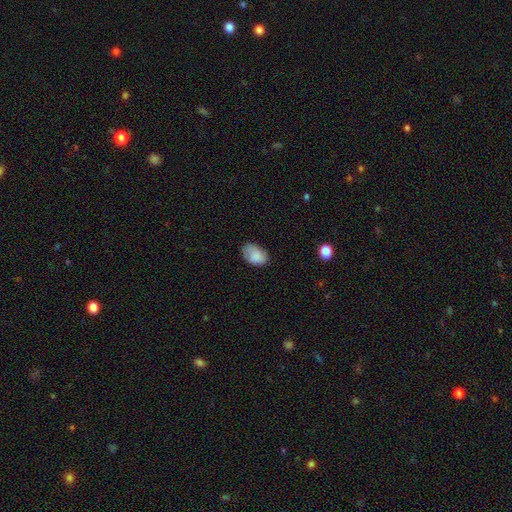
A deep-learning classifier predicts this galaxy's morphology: Smooth or featured: smooth — 82% (featured or disk — 10%)
How rounded: in between — 85% (round — 14%)
Merging: none — 64% (minor disturbance — 27%)